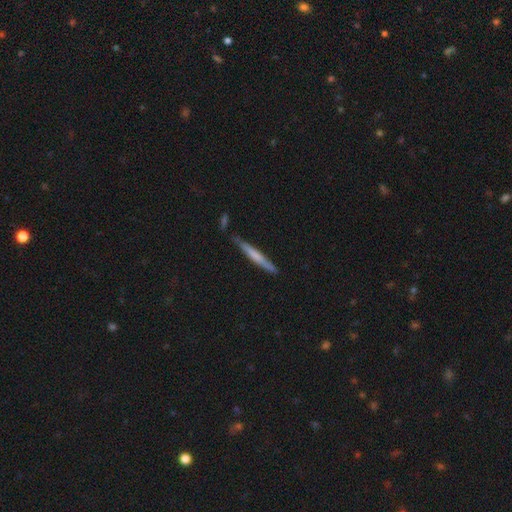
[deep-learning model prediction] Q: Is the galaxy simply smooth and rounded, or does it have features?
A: smooth — 52%.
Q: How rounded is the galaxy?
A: cigar-shaped — 96%.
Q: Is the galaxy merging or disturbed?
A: none — 79%.